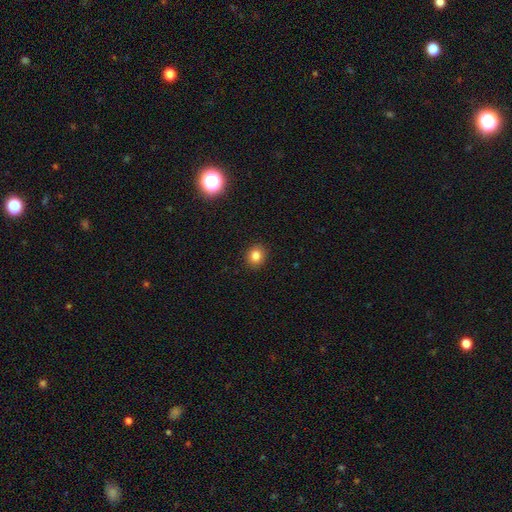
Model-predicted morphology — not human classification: smooth-or-featured: smooth: 83% | star or artifact: 12% | featured or disk: 5%
  how-rounded: round: 72% | in between: 27% | cigar-shaped: 1%
  merging: none: 90% | minor disturbance: 7% | major disturbance: 2% | merger: 1%